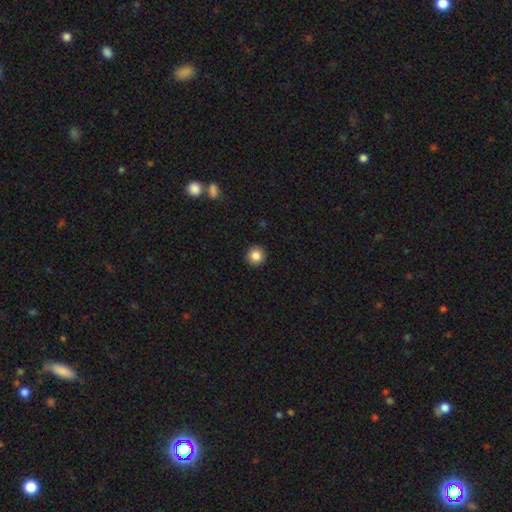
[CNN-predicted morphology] The model was most divided on "smooth or featured": smooth: 85%, star or artifact: 10%, featured or disk: 5%. More confident: how rounded — round (94%); merging — none (93%).